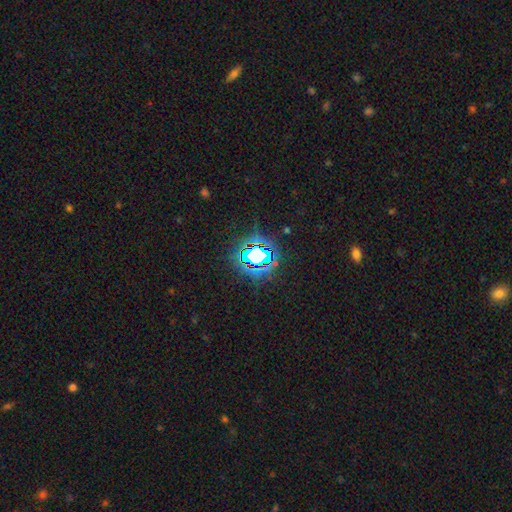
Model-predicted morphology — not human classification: Smooth or featured? star or artifact (74%)